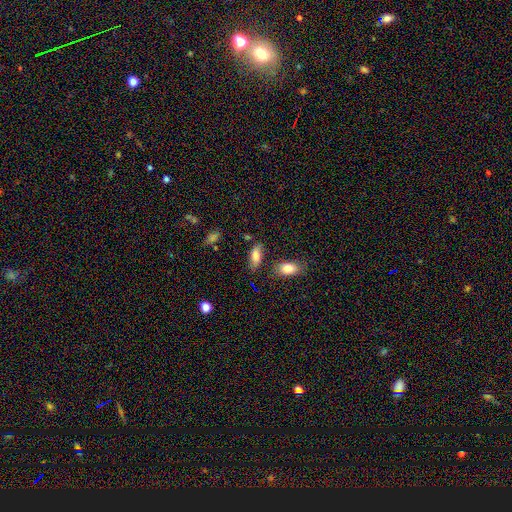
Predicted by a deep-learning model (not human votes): smooth_or_featured: smooth (p=0.77) [alt: featured or disk p=0.14]
how_rounded: in between (p=0.79) [alt: cigar-shaped p=0.17]
merging: none (p=0.67) [alt: minor disturbance p=0.21]